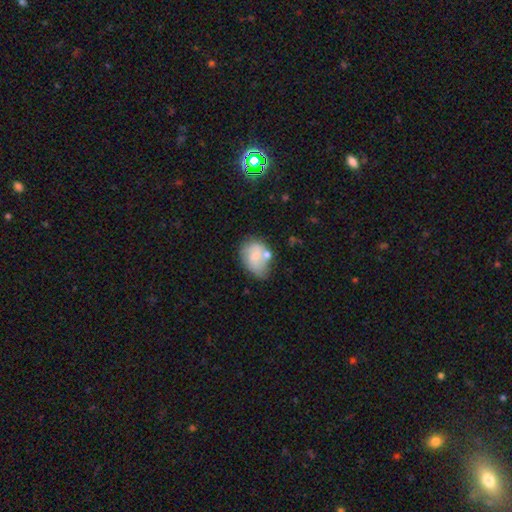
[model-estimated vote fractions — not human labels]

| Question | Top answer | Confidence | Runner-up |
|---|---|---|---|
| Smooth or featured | smooth | 64% | featured or disk (28%) |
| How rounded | in between | 67% | round (32%) |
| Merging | none | 43% | minor disturbance (28%) |